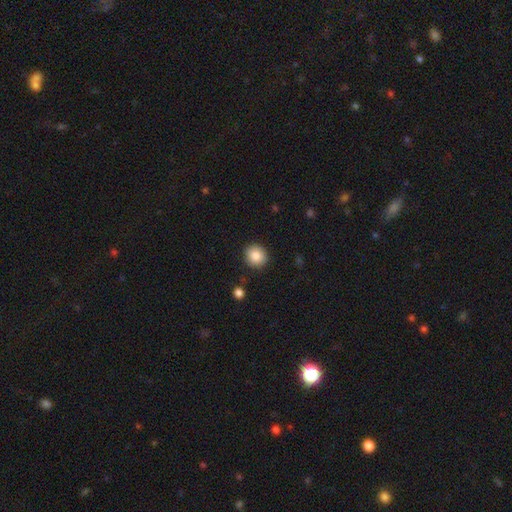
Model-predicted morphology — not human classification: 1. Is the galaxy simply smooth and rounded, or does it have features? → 87% smooth, 9% star or artifact, 5% featured or disk.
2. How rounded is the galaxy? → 88% round, 11% in between, 1% cigar-shaped.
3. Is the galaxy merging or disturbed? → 89% none, 8% minor disturbance, 2% major disturbance, 2% merger.